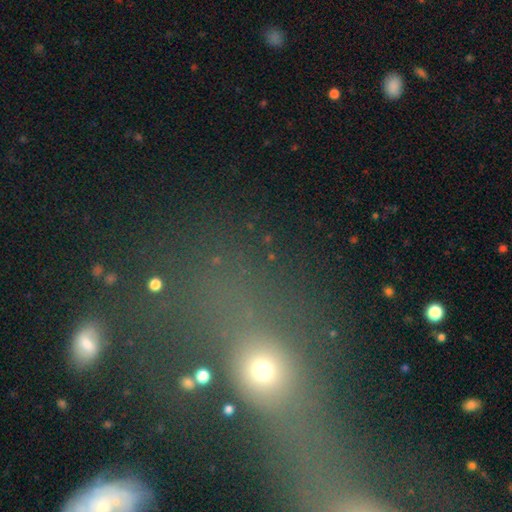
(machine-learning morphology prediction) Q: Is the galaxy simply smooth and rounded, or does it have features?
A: smooth — 42%.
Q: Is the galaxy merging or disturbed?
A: none — 38%.